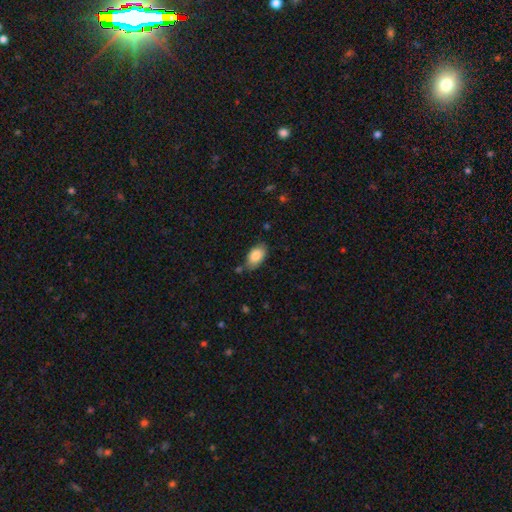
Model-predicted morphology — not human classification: smooth-or-featured: smooth: 85% | featured or disk: 8% | star or artifact: 7%
  how-rounded: in between: 93% | round: 5% | cigar-shaped: 2%
  merging: none: 71% | minor disturbance: 20% | merger: 5% | major disturbance: 4%